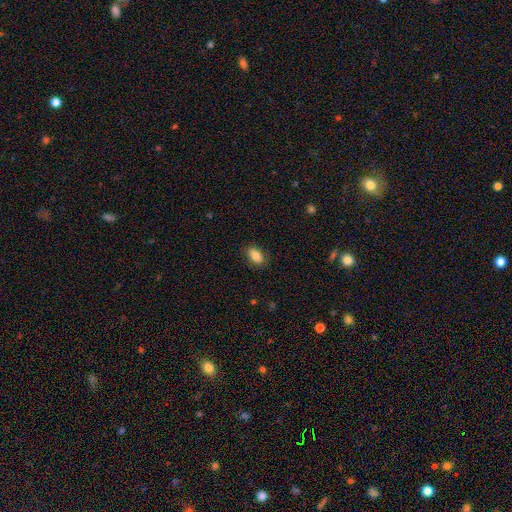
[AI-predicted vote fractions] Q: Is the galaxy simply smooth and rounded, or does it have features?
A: smooth — 85%.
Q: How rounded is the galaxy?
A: in between — 91%.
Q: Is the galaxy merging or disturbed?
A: none — 84%.